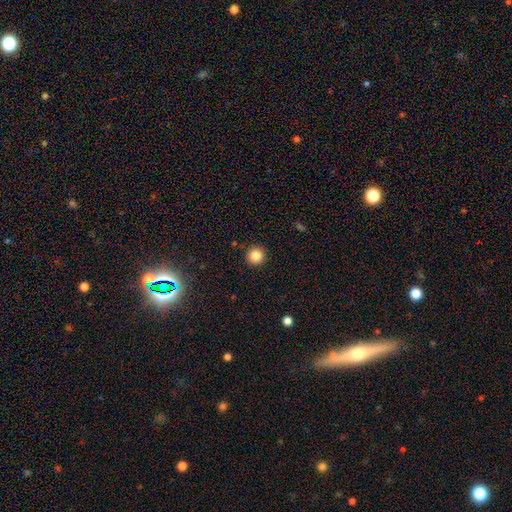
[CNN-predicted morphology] Smooth or featured: smooth — 85% (star or artifact — 11%)
How rounded: round — 95% (in between — 4%)
Merging: none — 93% (minor disturbance — 5%)